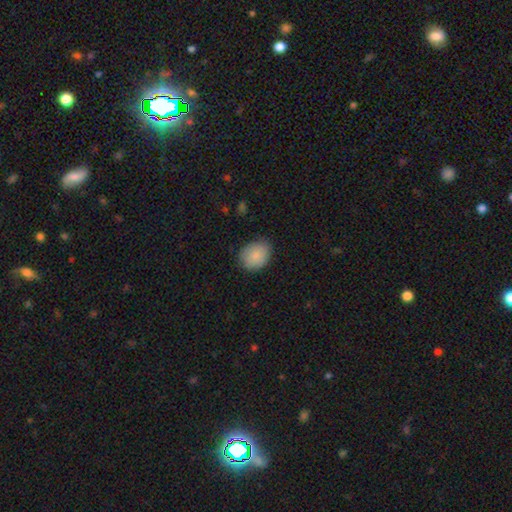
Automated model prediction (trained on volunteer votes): Q: Smooth or featured?
A: smooth (87%); runner-up: featured or disk (7%)
Q: How rounded?
A: in between (53%); runner-up: round (46%)
Q: Merging?
A: none (77%); runner-up: minor disturbance (19%)